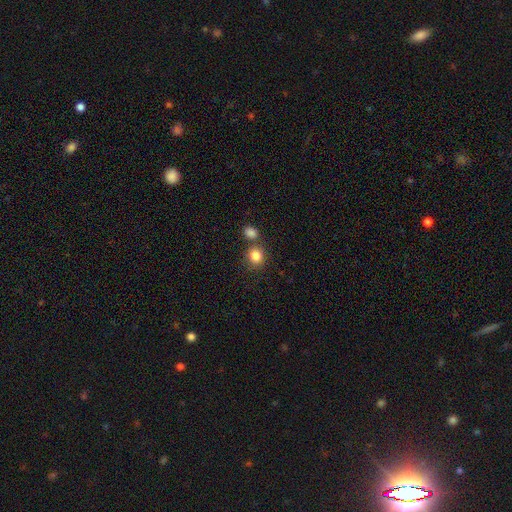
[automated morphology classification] Smooth or featured? smooth (84%)
How rounded? round (80%)
Merging? none (65%)